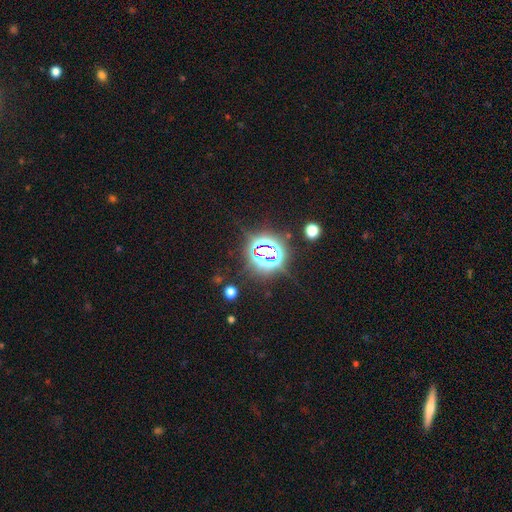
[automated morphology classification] A star or artifact, not a galaxy (78%).